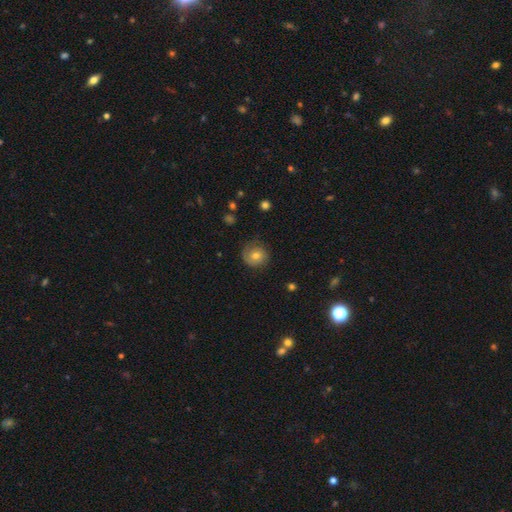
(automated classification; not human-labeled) A smooth galaxy with no disk features (51%) that is round (86%).

Vote fractions:
- Smooth or featured? smooth: 51% / featured or disk: 41% / star or artifact: 9%
- How rounded? round: 86% / in between: 13% / cigar-shaped: 1%
- Merging? none: 72% / minor disturbance: 19% / major disturbance: 8% / merger: 1%